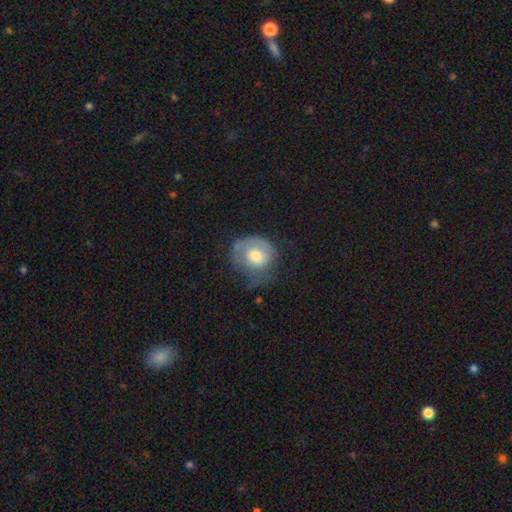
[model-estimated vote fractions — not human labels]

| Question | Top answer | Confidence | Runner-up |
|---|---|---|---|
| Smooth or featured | smooth | 51% | featured or disk (42%) |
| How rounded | round | 72% | in between (27%) |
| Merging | none | 41% | minor disturbance (30%) |